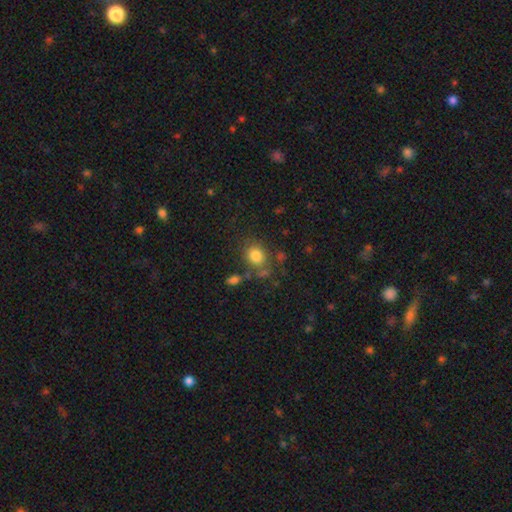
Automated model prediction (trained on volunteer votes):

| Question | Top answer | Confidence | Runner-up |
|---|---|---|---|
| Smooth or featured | smooth | 81% | star or artifact (11%) |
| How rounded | round | 61% | in between (38%) |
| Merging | none | 66% | minor disturbance (16%) |